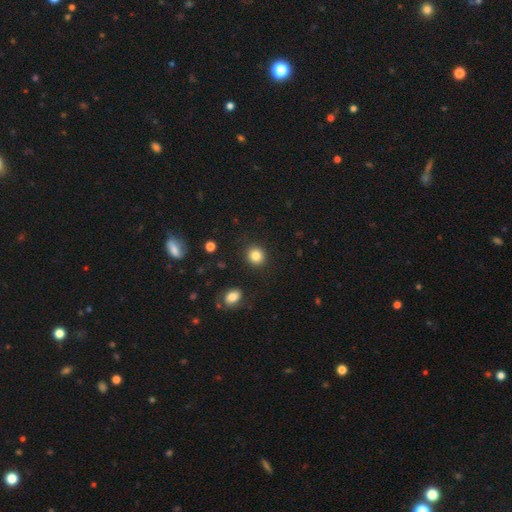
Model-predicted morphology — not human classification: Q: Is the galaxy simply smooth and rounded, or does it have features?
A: smooth — 85%.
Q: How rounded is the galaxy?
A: round — 86%.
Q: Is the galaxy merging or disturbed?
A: none — 90%.